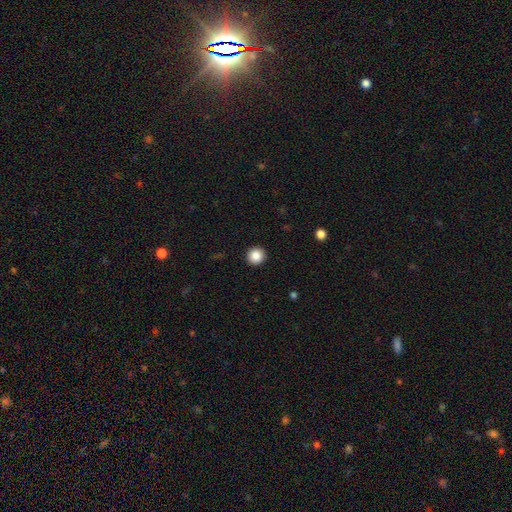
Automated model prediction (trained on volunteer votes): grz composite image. It shows a smooth galaxy with no disk features (87%) that is round (91%). Merging: none (93%).